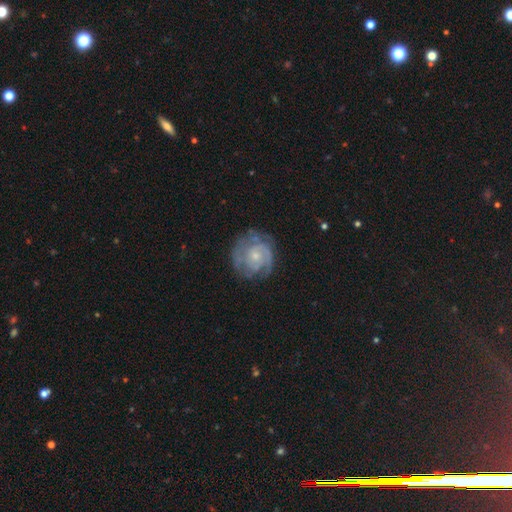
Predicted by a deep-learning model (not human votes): smooth-or-featured: featured or disk: 79% | smooth: 15% | star or artifact: 6%
  disk-edge-on: no: 98% | yes: 2%
    bar: no: 78% | weak: 19% | strong: 3%
    has-spiral-arms: yes: 89% | no: 11%
      spiral-winding: tight: 62% | medium: 29% | loose: 9%
      spiral-arm-count: 2: 34% (tied) | can't tell: 34% (tied) | 3: 16% | 1: 7% | 4: 6% | more than 4: 4%
    bulge-size: small: 68% | moderate: 25% | none: 4% | large: 2% | dominant: 1%
  merging: none: 70% | minor disturbance: 19% | major disturbance: 10% | merger: 2%